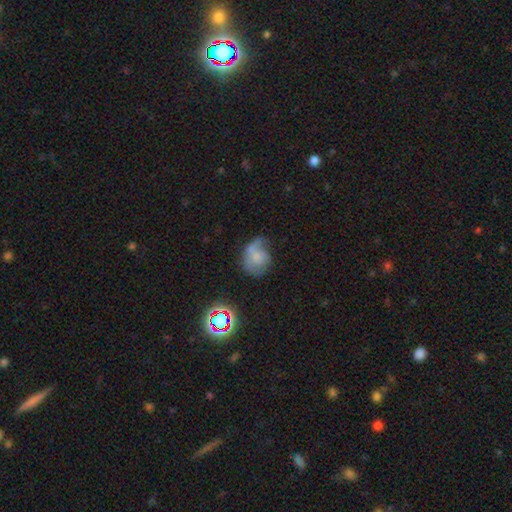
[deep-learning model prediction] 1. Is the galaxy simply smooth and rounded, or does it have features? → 44% smooth, 42% featured or disk, 13% star or artifact.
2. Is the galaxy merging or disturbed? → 36% none, 30% minor disturbance, 29% major disturbance, 5% merger.